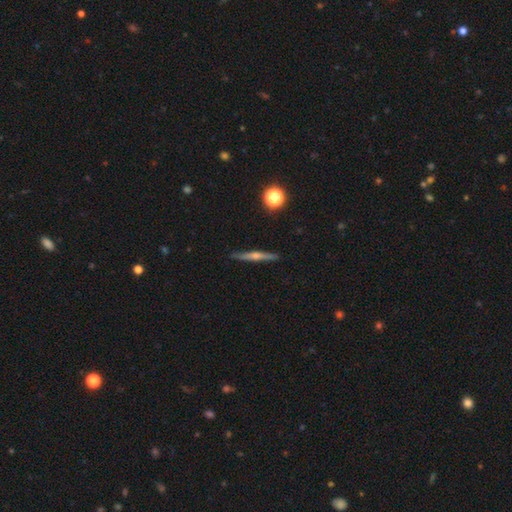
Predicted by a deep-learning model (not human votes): Smooth or featured?
  - featured or disk: 72% *
  - smooth: 21%
  - star or artifact: 8%
Edge-on disk?
  - yes: 98% *
  - no: 2%
Edge-on bulge?
  - rounded: 82% *
  - none: 13%
  - boxy: 6%
Merging?
  - none: 91% *
  - minor disturbance: 6%
  - major disturbance: 1%
  - merger: 1%